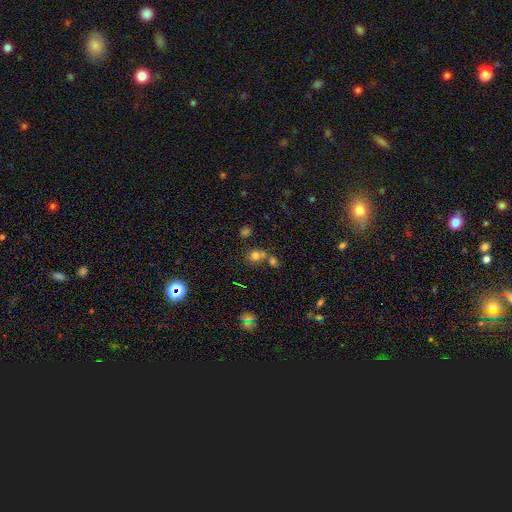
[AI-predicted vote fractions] smooth-or-featured: smooth: 70% | star or artifact: 18% | featured or disk: 11%
  how-rounded: round: 76% | in between: 23% | cigar-shaped: 1%
  merging: none: 48% | merger: 38% | minor disturbance: 10% | major disturbance: 5%